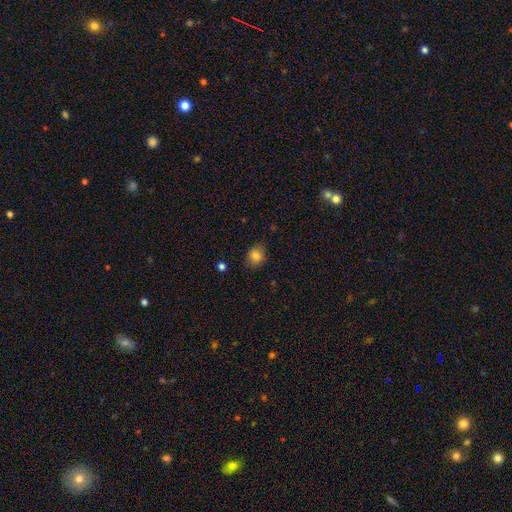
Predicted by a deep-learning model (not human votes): A smooth galaxy with no disk features (83%) that is round (62%). Merging: none (83%).